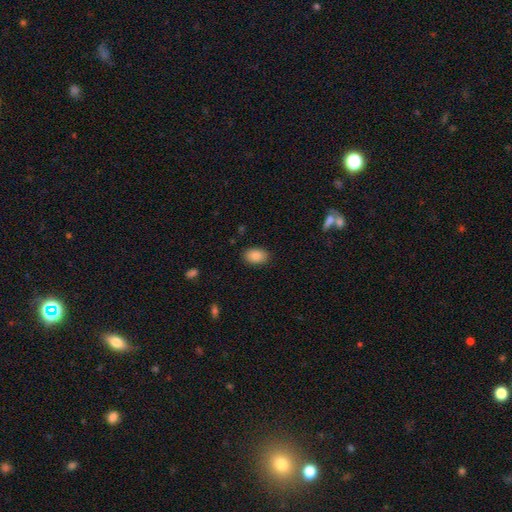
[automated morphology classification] Smooth or featured: smooth — 88% (star or artifact — 7%)
How rounded: in between — 88% (round — 11%)
Merging: none — 87% (minor disturbance — 10%)